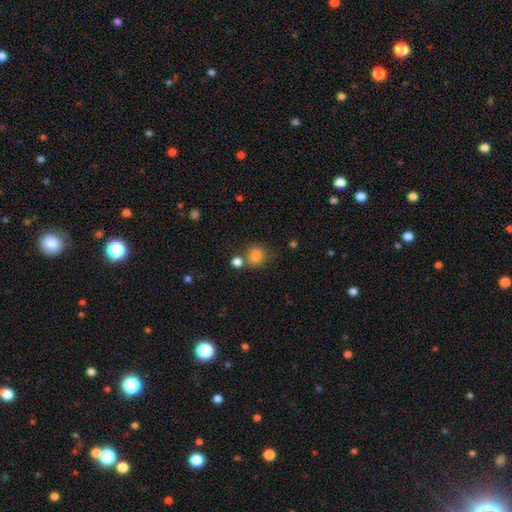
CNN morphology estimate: type=smooth (82%); roundness=round (72%); merging=none (61%).